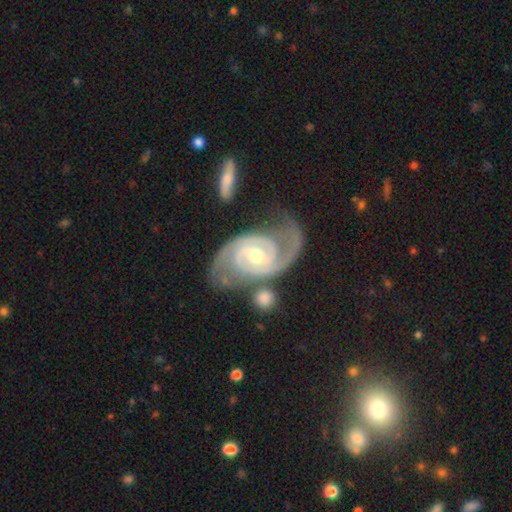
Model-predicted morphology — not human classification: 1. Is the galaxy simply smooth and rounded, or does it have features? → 93% featured or disk, 4% star or artifact, 3% smooth.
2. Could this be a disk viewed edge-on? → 97% no, 3% yes.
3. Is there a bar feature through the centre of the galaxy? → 45% weak, 32% no, 23% strong.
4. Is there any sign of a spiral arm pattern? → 98% yes, 2% no.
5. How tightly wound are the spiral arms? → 59% tight, 35% medium, 6% loose.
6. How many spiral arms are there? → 87% 2, 5% 3, 4% can't tell, 2% 1, 1% 4, 1% more than 4.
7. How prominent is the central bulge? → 65% moderate, 31% small, 3% large, 1% none, 1% dominant.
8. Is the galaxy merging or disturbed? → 63% none, 19% minor disturbance, 10% major disturbance, 8% merger.